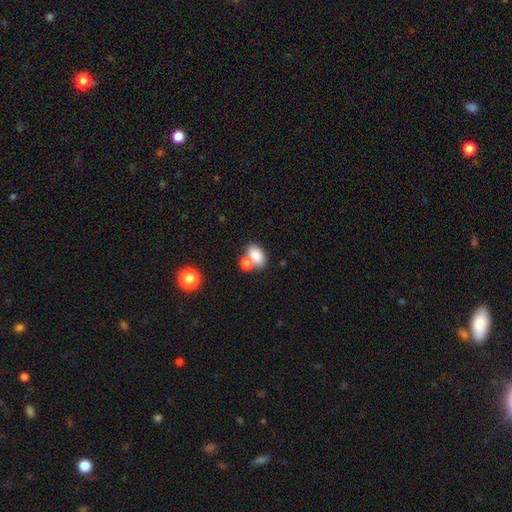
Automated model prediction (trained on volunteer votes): A smooth galaxy with no disk features (81%) that is in between round and cigar-shaped (86%). Merging: none (44%).